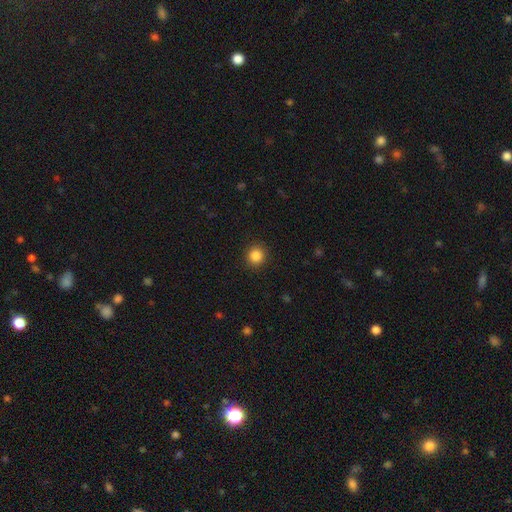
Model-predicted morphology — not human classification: smooth_or_featured: smooth (p=0.86) [alt: star or artifact p=0.10]
how_rounded: round (p=0.93) [alt: in between p=0.06]
merging: none (p=0.91) [alt: minor disturbance p=0.06]